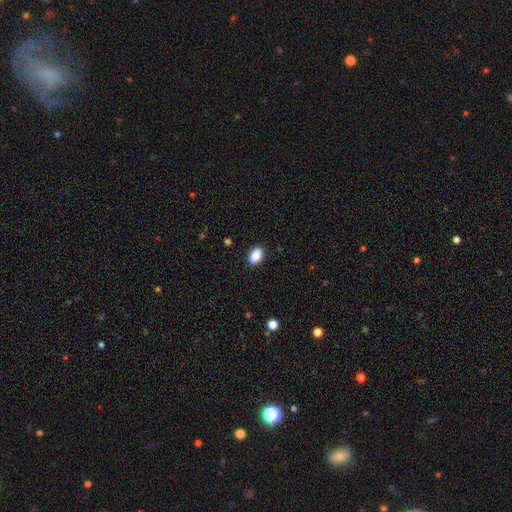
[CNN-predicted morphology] A smooth galaxy with no disk features (89%) that is in between round and cigar-shaped (90%).

Vote fractions:
- Smooth or featured? smooth: 89% / star or artifact: 8% / featured or disk: 4%
- How rounded? in between: 90% / round: 8% / cigar-shaped: 2%
- Merging? none: 89% / minor disturbance: 8% / major disturbance: 2% / merger: 1%